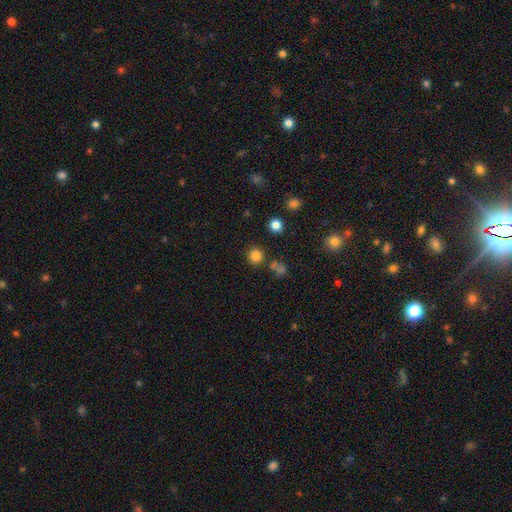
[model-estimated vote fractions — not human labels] Morphology: type=smooth (80%); roundness=round (93%); merging=none (83%).